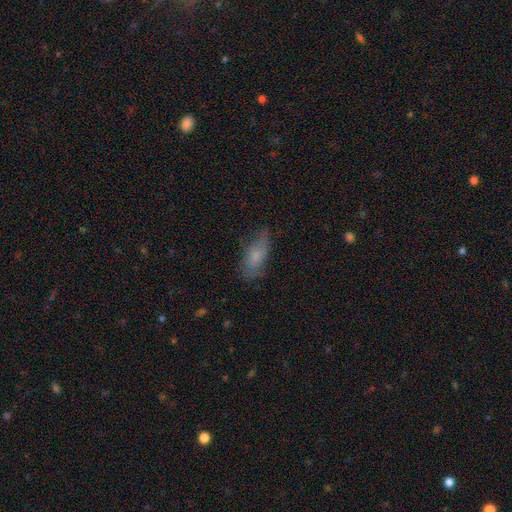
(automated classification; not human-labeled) smooth_or_featured: smooth (p=0.72) [alt: featured or disk p=0.21]
how_rounded: in between (p=0.78) [alt: cigar-shaped p=0.19]
merging: none (p=0.65) [alt: minor disturbance p=0.26]